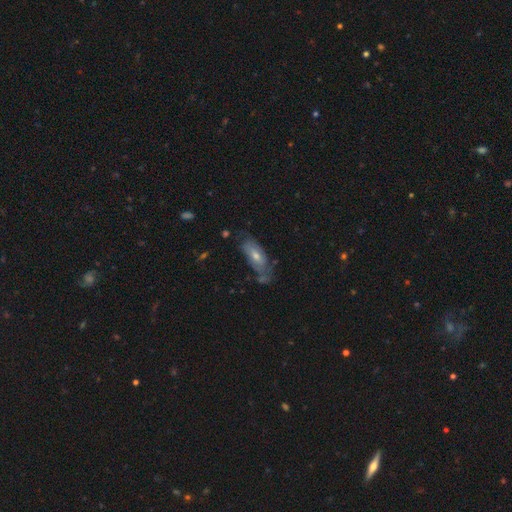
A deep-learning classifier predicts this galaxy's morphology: Overall: featured or disk (45%, tied with smooth). Merging: none (54%; minor disturbance 26%).